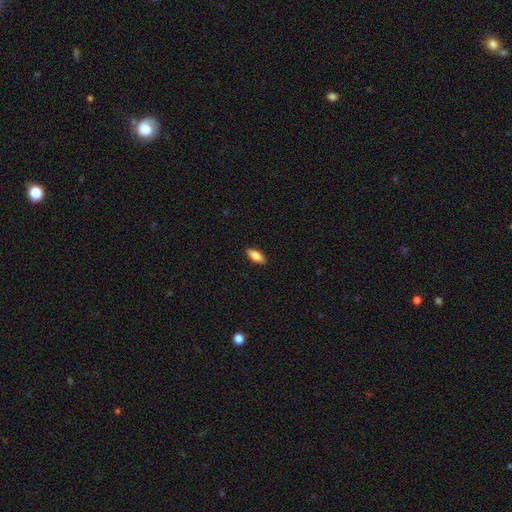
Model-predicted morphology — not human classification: Smooth or featured: smooth — 78% (featured or disk — 16%)
How rounded: in between — 80% (cigar-shaped — 17%)
Merging: none — 90% (minor disturbance — 8%)